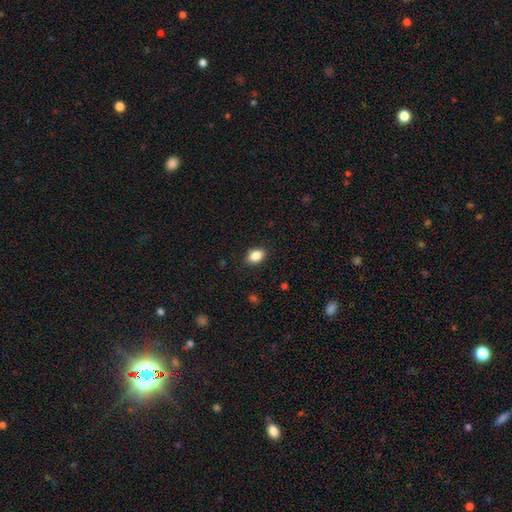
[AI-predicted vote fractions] A smooth galaxy with no disk features (86%) that is in between round and cigar-shaped (82%). Merging: none (87%).